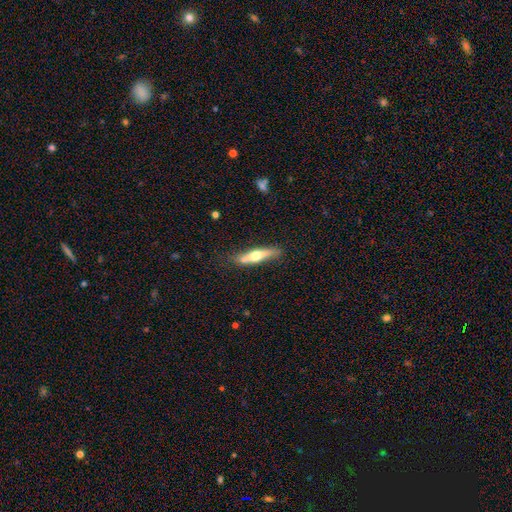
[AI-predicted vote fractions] smooth 47% (tied), featured or disk 47% (tied), star or artifact 5%. Down the decision tree: merging — none (75%).